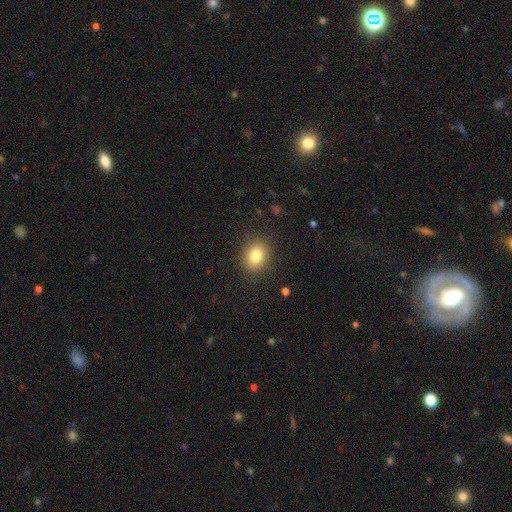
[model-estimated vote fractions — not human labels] Q: Smooth or featured?
A: smooth (82%); runner-up: star or artifact (11%)
Q: How rounded?
A: round (56%); runner-up: in between (43%)
Q: Merging?
A: none (88%); runner-up: minor disturbance (8%)